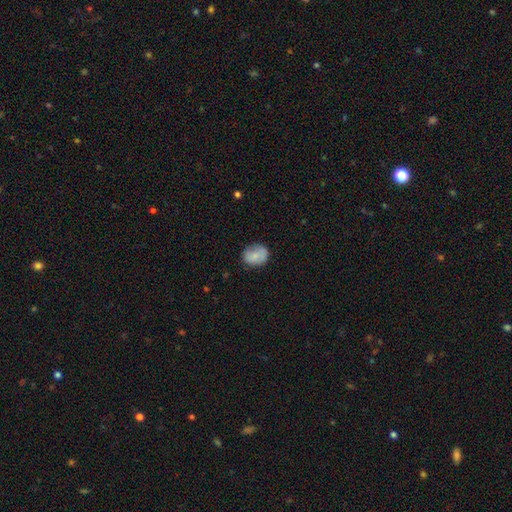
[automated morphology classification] Smooth or featured?
  - smooth: 77% *
  - featured or disk: 16%
  - star or artifact: 8%
How rounded?
  - in between: 51% *
  - round: 48%
  - cigar-shaped: 1%
Merging?
  - none: 72% *
  - minor disturbance: 21%
  - major disturbance: 5%
  - merger: 2%